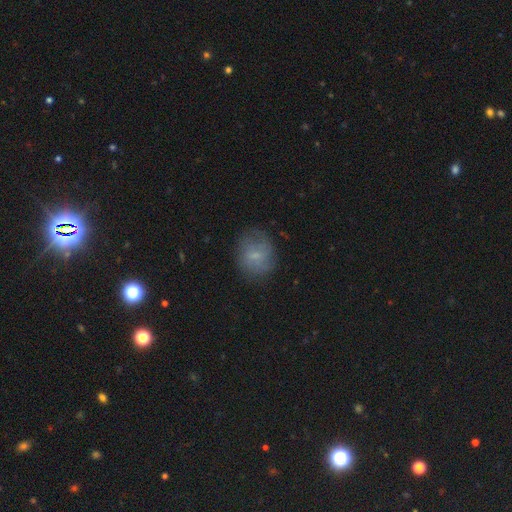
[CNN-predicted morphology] smooth_or_featured: smooth (p=0.62) [alt: featured or disk p=0.28]
how_rounded: round (p=0.66) [alt: in between p=0.33]
merging: none (p=0.68) [alt: minor disturbance p=0.21]